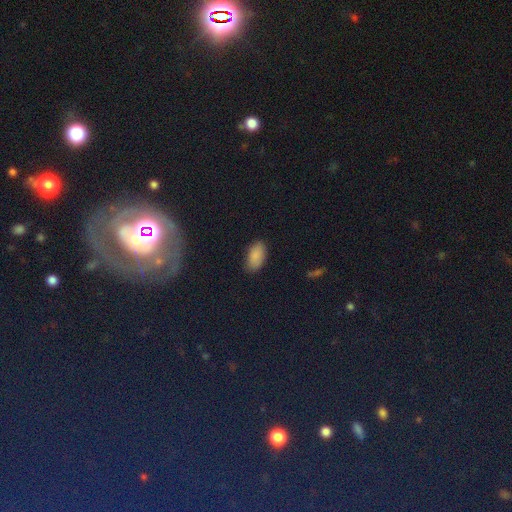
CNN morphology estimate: Smooth or featured: smooth — 86% (star or artifact — 10%)
How rounded: in between — 94% (round — 3%)
Merging: none — 84% (minor disturbance — 12%)